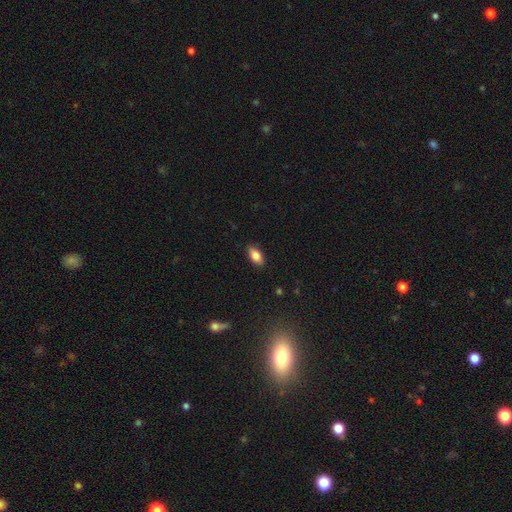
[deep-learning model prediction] Smooth or featured?
  - smooth: 82% *
  - featured or disk: 11%
  - star or artifact: 7%
How rounded?
  - in between: 89% *
  - cigar-shaped: 8%
  - round: 3%
Merging?
  - none: 87% *
  - minor disturbance: 10%
  - major disturbance: 2%
  - merger: 1%